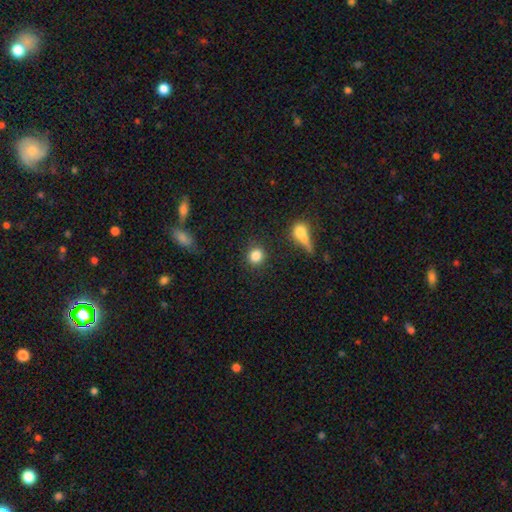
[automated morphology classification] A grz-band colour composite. It shows a smooth galaxy with no disk features (85%) that is round (85%). Merging: none (85%).